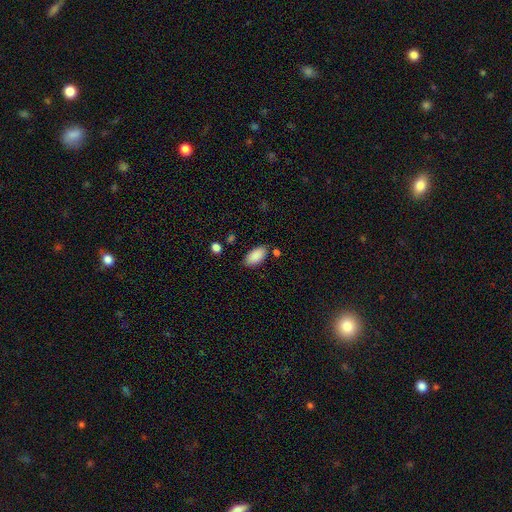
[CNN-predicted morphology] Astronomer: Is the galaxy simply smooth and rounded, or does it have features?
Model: smooth — 89%.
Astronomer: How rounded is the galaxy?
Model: in between — 94%.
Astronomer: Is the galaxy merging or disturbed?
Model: none — 78%.